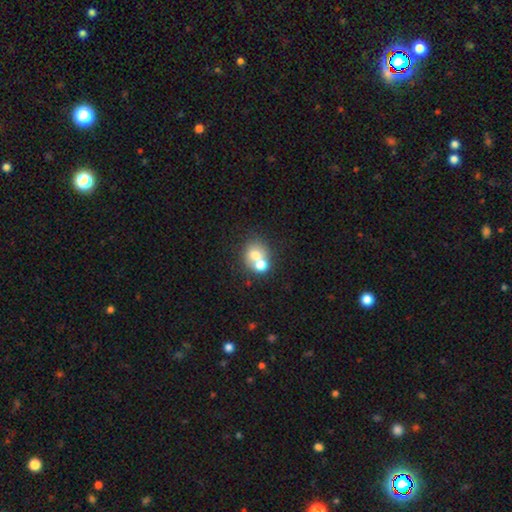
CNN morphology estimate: The model was most divided on "merging": merger: 56%, none: 35%, minor disturbance: 6%, major disturbance: 3%. More confident: how rounded — round (72%); smooth or featured — smooth (68%).